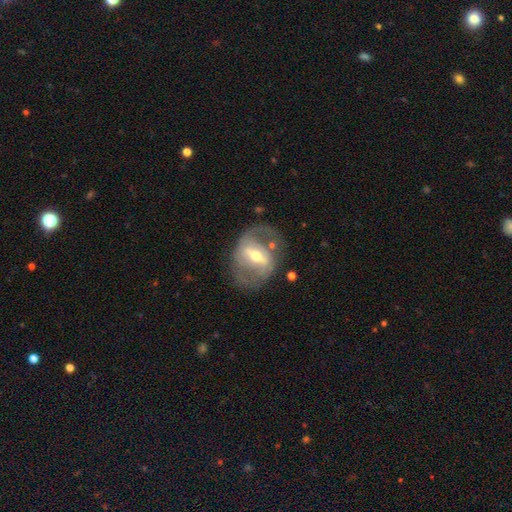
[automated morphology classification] type=featured or disk (81%); edge-on=no (95%); bar=strong (52%); spiral arms=yes (79%); winding=medium (50%); arm count=2 (80%); bulge=moderate (61%); merging=none (64%).